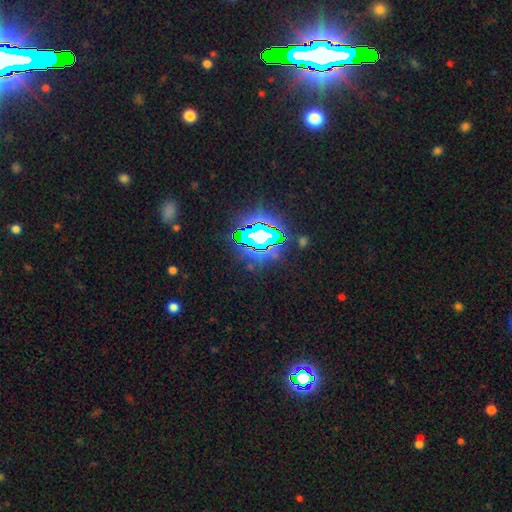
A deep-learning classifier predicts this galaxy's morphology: type=star or artifact (82%).